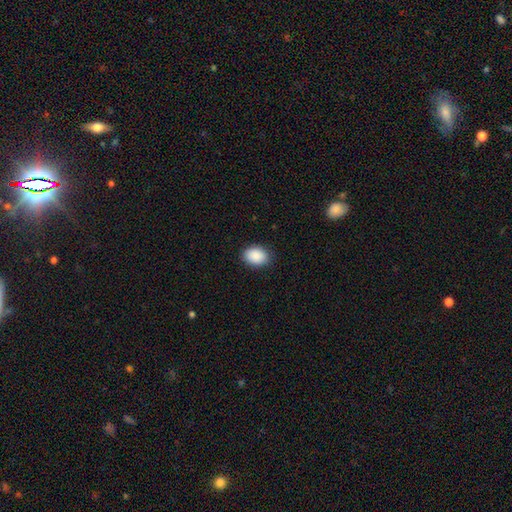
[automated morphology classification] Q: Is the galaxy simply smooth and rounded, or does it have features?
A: smooth — 90%.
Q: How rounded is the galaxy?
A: in between — 77%.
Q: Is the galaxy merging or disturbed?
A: none — 87%.